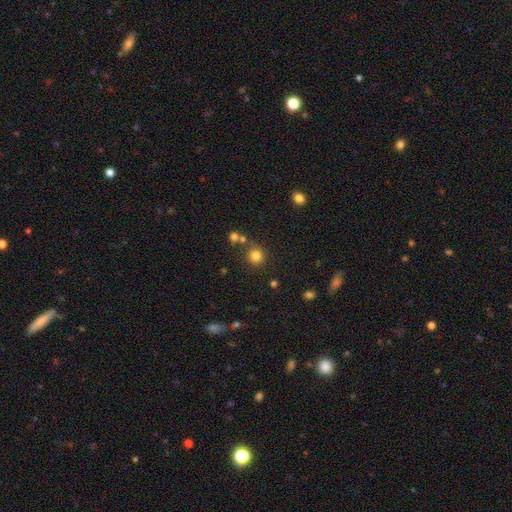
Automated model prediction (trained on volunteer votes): Smooth or featured? smooth (80%)
How rounded? round (92%)
Merging? none (75%)